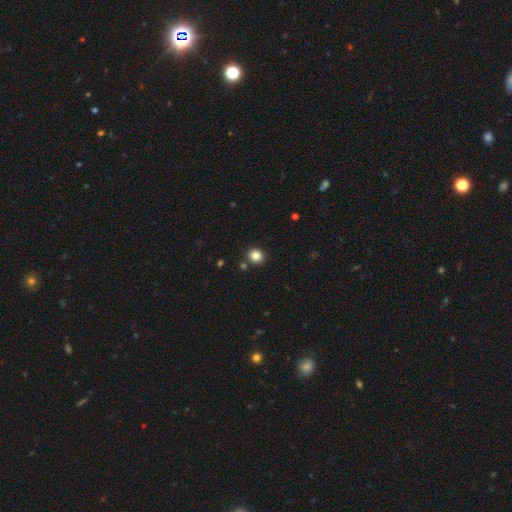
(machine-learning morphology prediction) type=smooth (83%); roundness=round (85%); merging=none (87%).